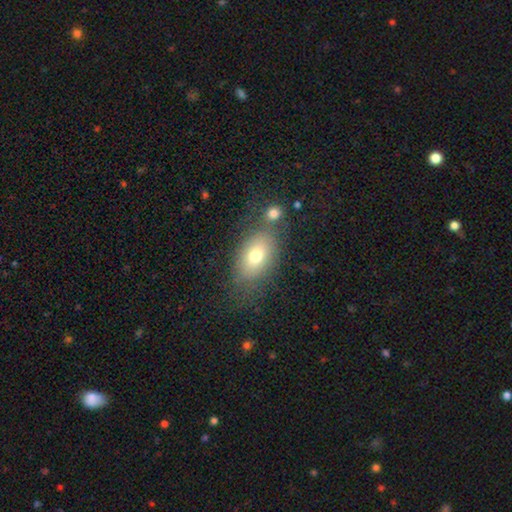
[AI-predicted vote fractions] This is likely a smooth galaxy (71%). How rounded: clearly in between (83%). Merging: likely none (62%).